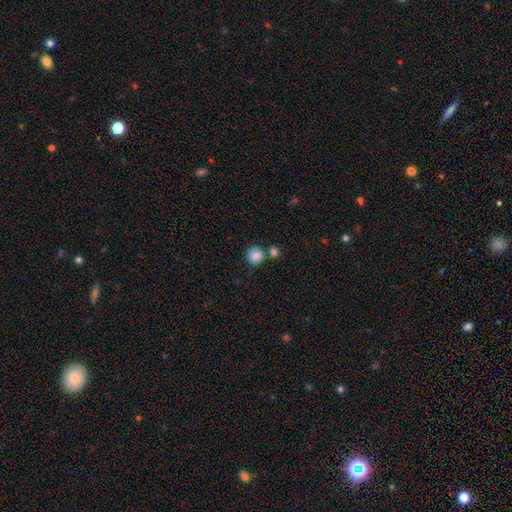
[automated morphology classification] Q: Smooth or featured?
A: smooth (86%); runner-up: star or artifact (9%)
Q: How rounded?
A: round (88%); runner-up: in between (11%)
Q: Merging?
A: none (63%); runner-up: merger (21%)